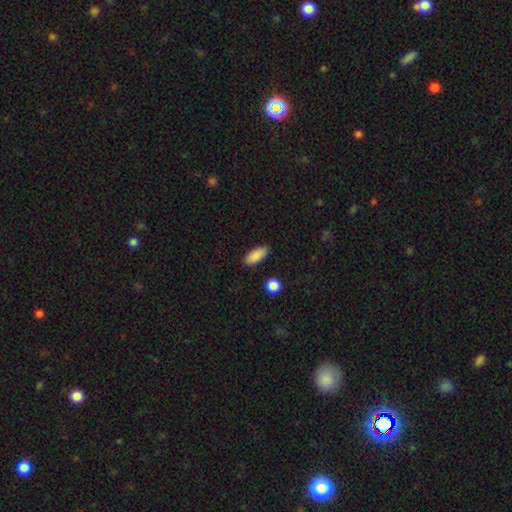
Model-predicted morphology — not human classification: A smooth galaxy with no disk features (88%) that is in between round and cigar-shaped (86%).

Vote fractions:
- Smooth or featured? smooth: 88% / star or artifact: 7% / featured or disk: 4%
- How rounded? in between: 86% / cigar-shaped: 12% / round: 3%
- Merging? none: 86% / minor disturbance: 10% / major disturbance: 2% / merger: 2%